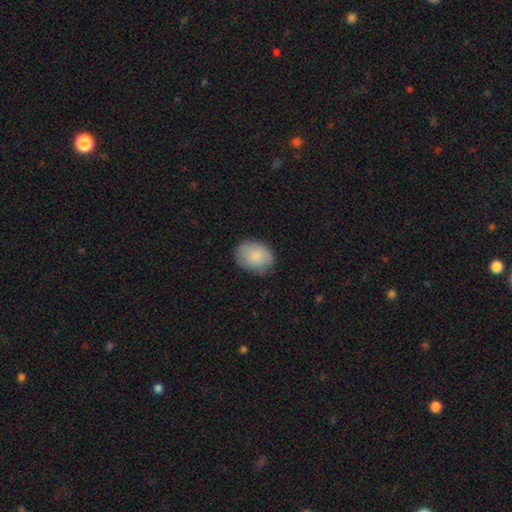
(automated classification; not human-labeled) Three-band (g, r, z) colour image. It shows a smooth galaxy with no disk features (85%) that is in between round and cigar-shaped (59%). Merging: none (77%).